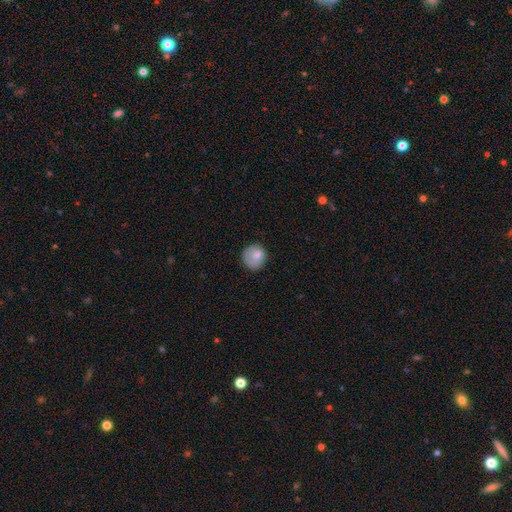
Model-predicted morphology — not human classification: A smooth galaxy with no disk features (71%) that is round (82%). Merging: none (66%).